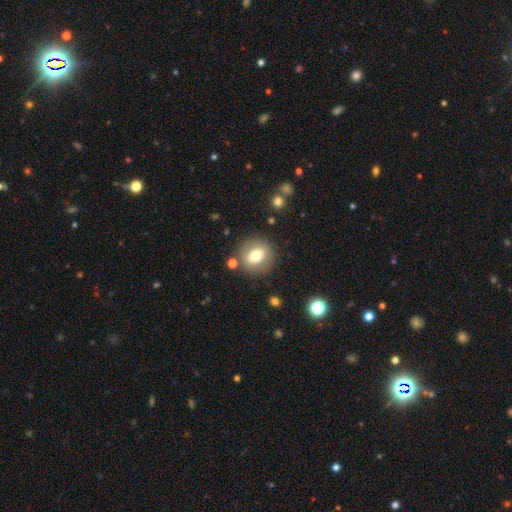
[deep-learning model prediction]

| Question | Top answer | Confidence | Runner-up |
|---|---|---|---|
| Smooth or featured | smooth | 67% | featured or disk (23%) |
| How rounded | round | 81% | in between (18%) |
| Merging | none | 82% | minor disturbance (10%) |